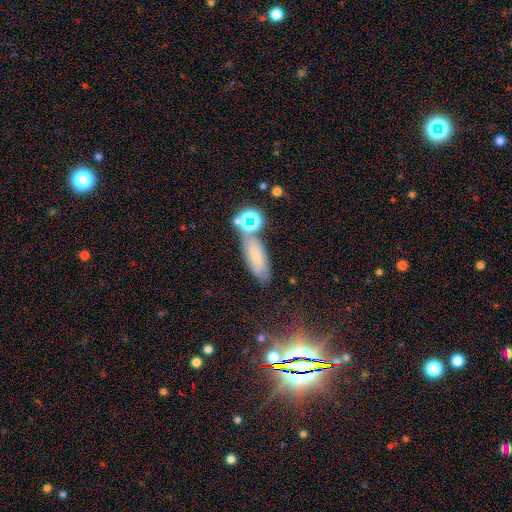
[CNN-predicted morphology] Overall: smooth (57%; star or artifact 23%). How rounded: in between (61%; cigar-shaped 32%). Merging: none (66%).